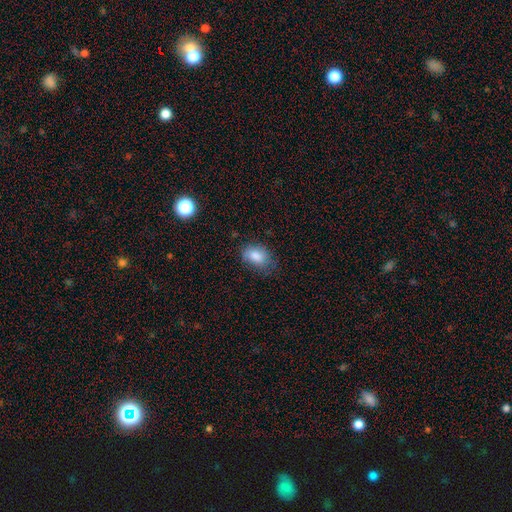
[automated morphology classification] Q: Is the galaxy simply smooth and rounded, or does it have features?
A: smooth — 82%.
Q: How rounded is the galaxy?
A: in between — 83%.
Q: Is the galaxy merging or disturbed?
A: none — 61%.